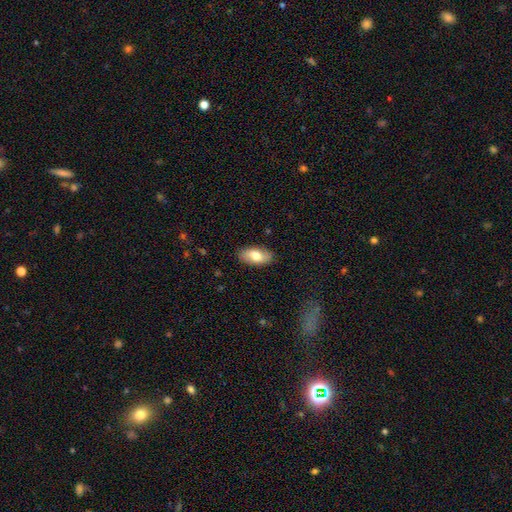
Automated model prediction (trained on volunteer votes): Morphology: type=smooth (72%); roundness=in between (92%); merging=none (87%).